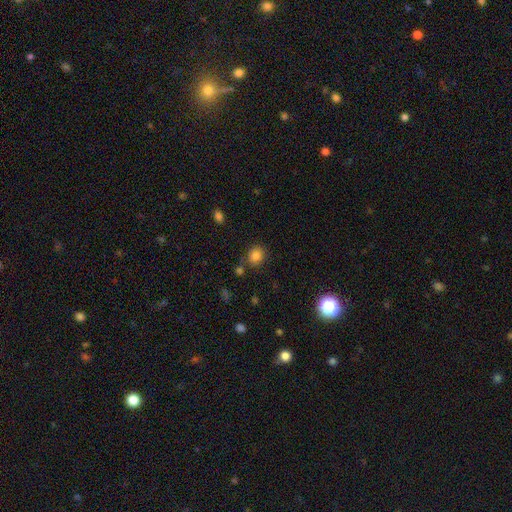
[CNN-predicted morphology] Smooth or featured: smooth — 84% (star or artifact — 12%)
How rounded: round — 73% (in between — 26%)
Merging: none — 77% (minor disturbance — 12%)